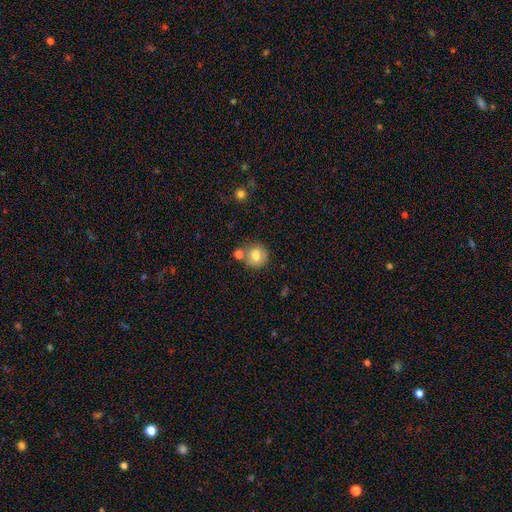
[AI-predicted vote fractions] The model was most divided on "merging": none: 66%, merger: 18%, minor disturbance: 13%, major disturbance: 4%. More confident: how rounded — round (86%); smooth or featured — smooth (78%).